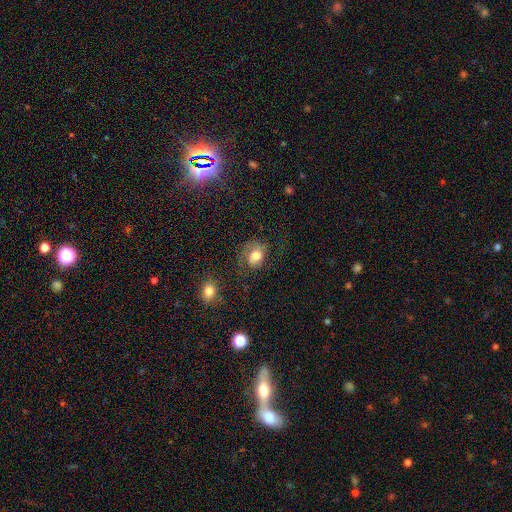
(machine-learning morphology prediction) The model was most divided on "how rounded": in between: 51%, round: 48%, cigar-shaped: 1%. Remaining: smooth or featured — smooth (57%); merging — none (47%).